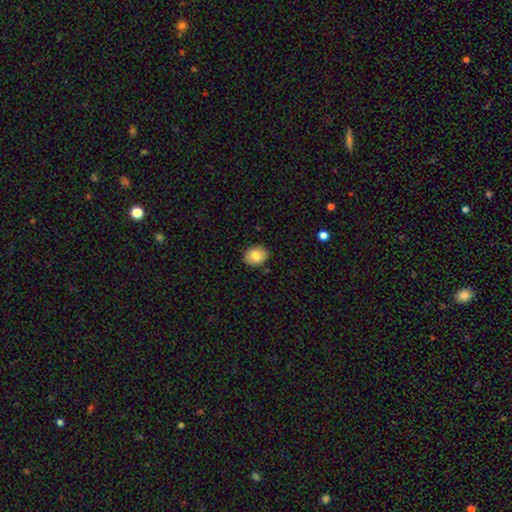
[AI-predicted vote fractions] Morphology: type=smooth (82%); roundness=round (51%); merging=none (87%).